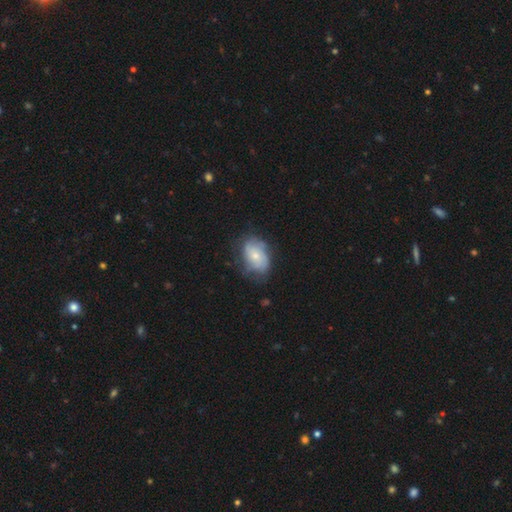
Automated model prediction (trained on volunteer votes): A featured or disk galaxy (48%).

Vote fractions:
- Smooth or featured? featured or disk: 48% / smooth: 45% / star or artifact: 7%
- Merging? none: 59% / minor disturbance: 28% / major disturbance: 12% / merger: 2%